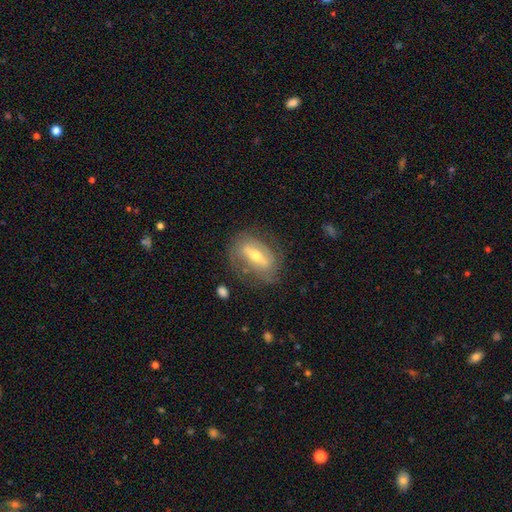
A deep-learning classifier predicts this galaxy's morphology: smooth_or_featured: featured or disk (p=0.68) [alt: smooth p=0.25]
disk_edge_on: no (p=0.82) [alt: yes p=0.18]
bar: strong (p=0.55) [alt: weak p=0.30]
has_spiral_arms: yes (p=0.58) [alt: no p=0.42]
bulge_size: moderate (p=0.58) [alt: small p=0.36]
merging: none (p=0.69) [alt: minor disturbance p=0.19]